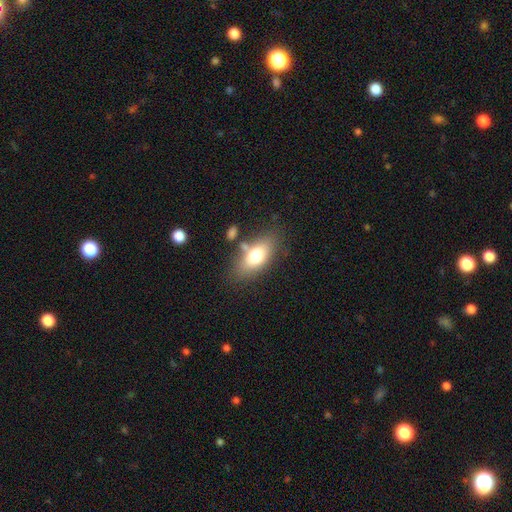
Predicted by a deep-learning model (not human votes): Overall: smooth (73%). How rounded: in between (85%). Merging: none (71%).